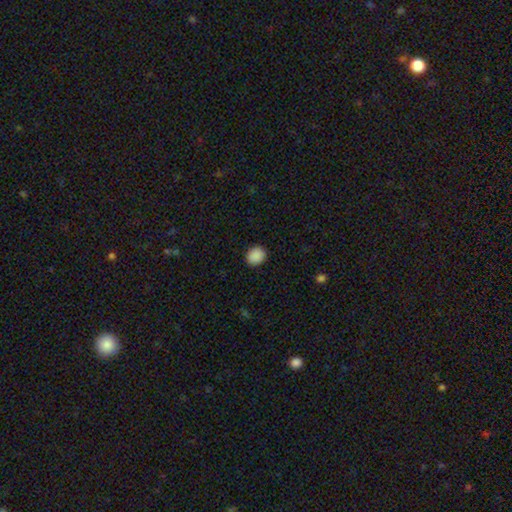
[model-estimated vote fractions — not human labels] A smooth galaxy with no disk features (89%) that is round (73%). Merging: none (90%).